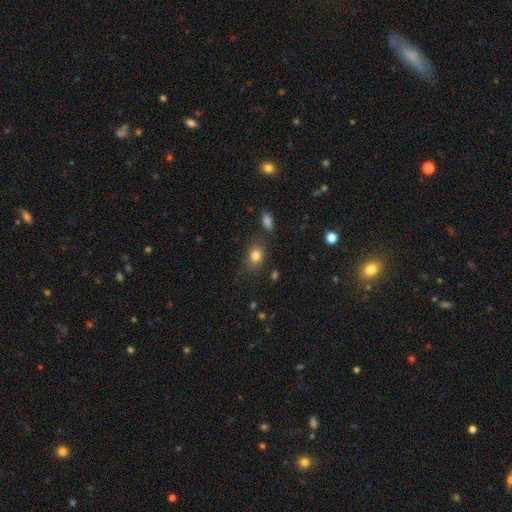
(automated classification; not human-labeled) A smooth galaxy with no disk features (81%) that is in between round and cigar-shaped (57%). Merging: none (78%).